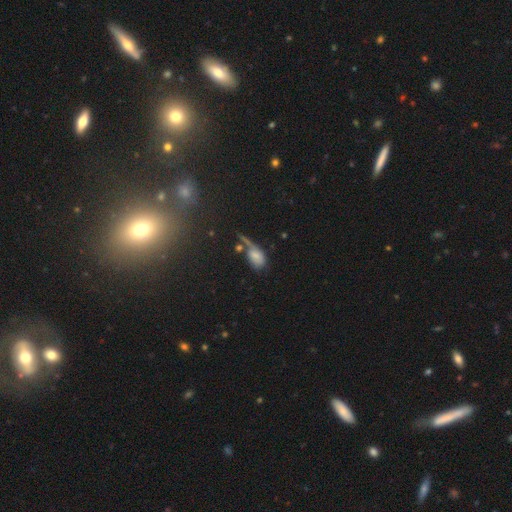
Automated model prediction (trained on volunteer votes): Smooth or featured? smooth (66%)
How rounded? in between (85%)
Merging? none (28%)